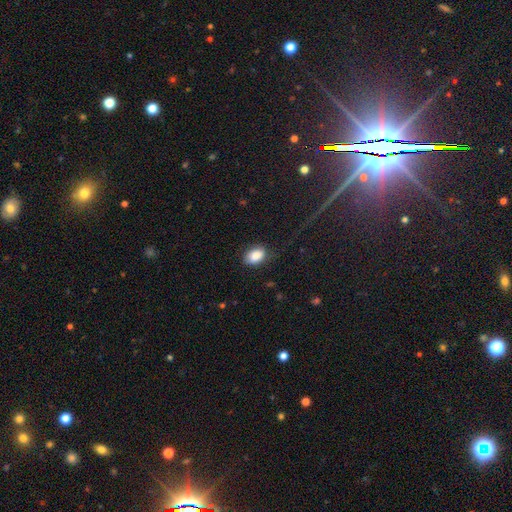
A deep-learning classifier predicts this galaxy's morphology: A smooth galaxy with no disk features (87%) that is in between round and cigar-shaped (86%).

Vote fractions:
- Smooth or featured? smooth: 87% / star or artifact: 7% / featured or disk: 6%
- How rounded? in between: 86% / round: 13% / cigar-shaped: 1%
- Merging? none: 76% / minor disturbance: 18% / major disturbance: 5% / merger: 1%